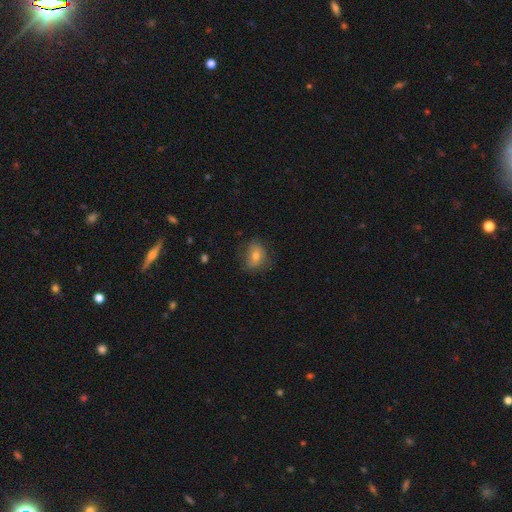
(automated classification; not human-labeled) Morphology: type=smooth (63%); roundness=in between (53%); merging=none (70%).